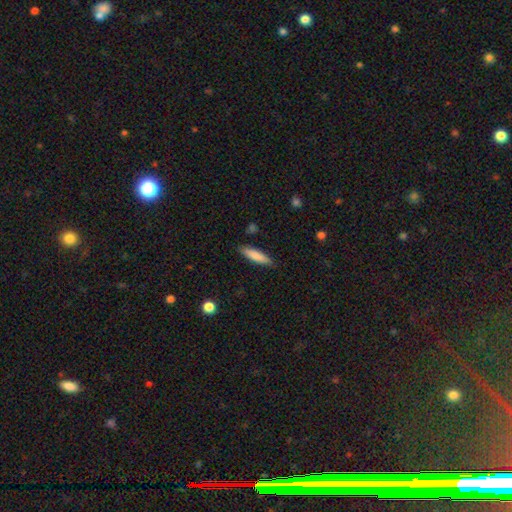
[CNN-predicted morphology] Smooth or featured? Predicted: smooth (p=0.82). How rounded? Predicted: cigar-shaped (p=0.75). Merging? Predicted: none (p=0.86).